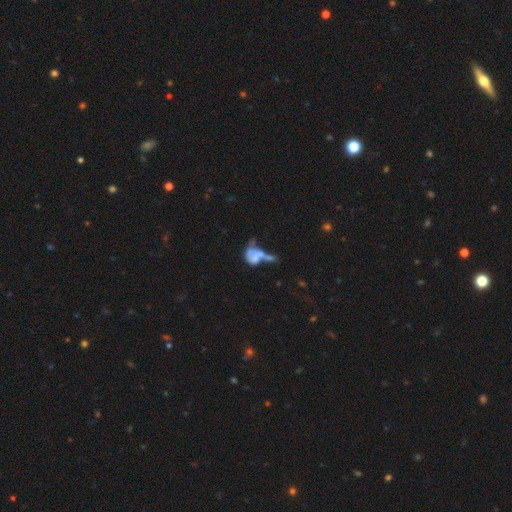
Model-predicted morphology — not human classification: A smooth galaxy with no disk features (44%).

Vote fractions:
- Smooth or featured? smooth: 44% / featured or disk: 42% / star or artifact: 13%
- Merging? merger: 52% / major disturbance: 25% / none: 13% / minor disturbance: 10%